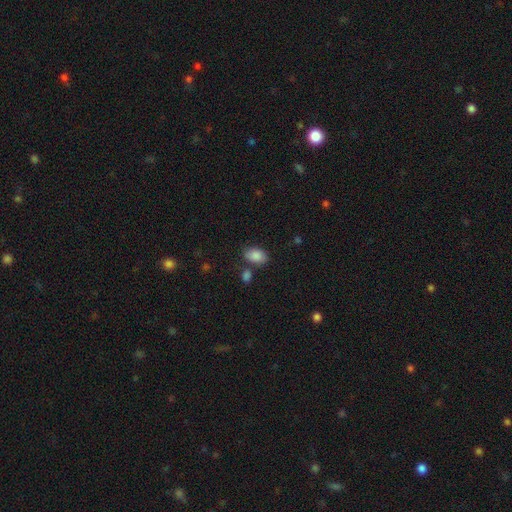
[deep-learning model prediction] Q: Smooth or featured?
A: smooth (87%); runner-up: star or artifact (7%)
Q: How rounded?
A: in between (89%); runner-up: round (9%)
Q: Merging?
A: none (68%); runner-up: minor disturbance (17%)